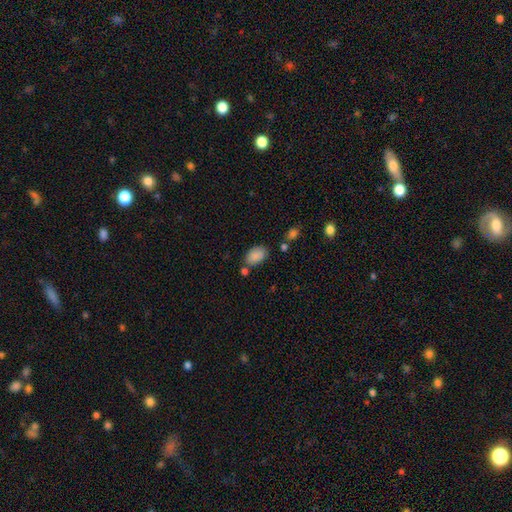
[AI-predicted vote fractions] Smooth or featured?
  - smooth: 87% *
  - star or artifact: 8%
  - featured or disk: 5%
How rounded?
  - in between: 89% *
  - round: 10%
  - cigar-shaped: 1%
Merging?
  - none: 67% *
  - minor disturbance: 17%
  - merger: 11%
  - major disturbance: 4%